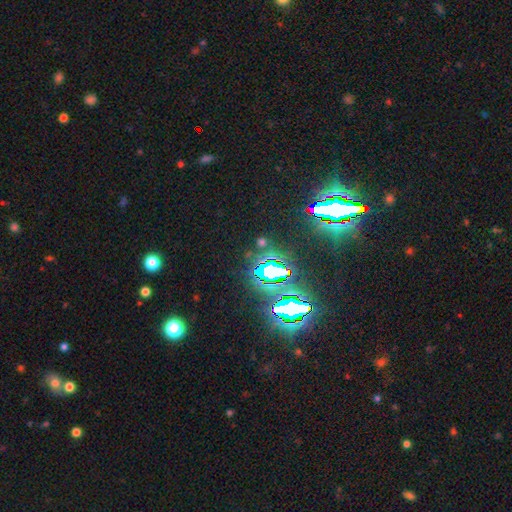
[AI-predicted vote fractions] smooth-or-featured: star or artifact: 84% | smooth: 9% | featured or disk: 7%